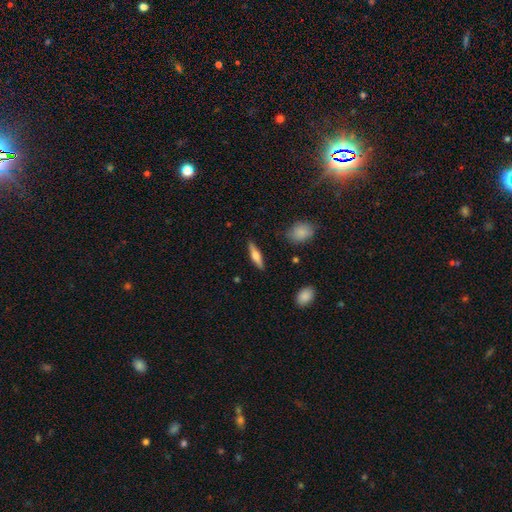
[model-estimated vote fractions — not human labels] Smooth or featured: featured or disk — 48% (smooth — 46%)
Merging: none — 89% (minor disturbance — 8%)